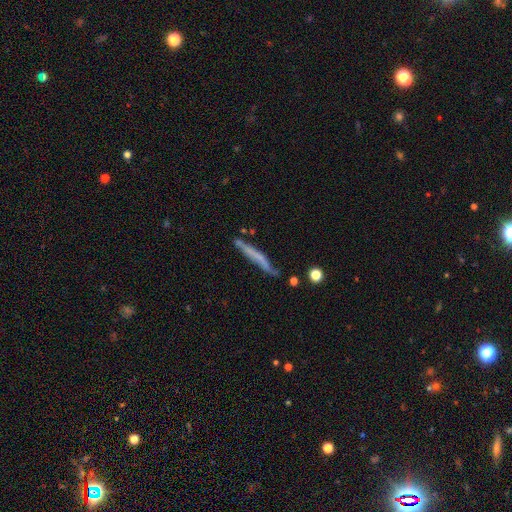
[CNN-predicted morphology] Smooth or featured?
  - featured or disk: 48% *
  - smooth: 44%
  - star or artifact: 8%
Merging?
  - none: 65% *
  - minor disturbance: 23%
  - major disturbance: 6%
  - merger: 5%